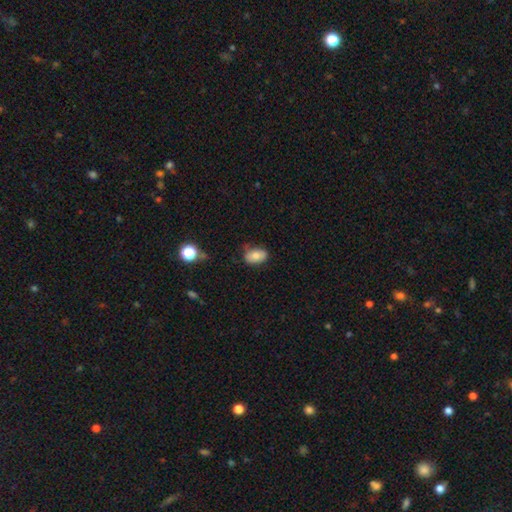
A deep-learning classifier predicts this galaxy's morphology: Q: Smooth or featured?
A: smooth (79%); runner-up: featured or disk (12%)
Q: How rounded?
A: in between (87%); runner-up: round (11%)
Q: Merging?
A: none (69%); runner-up: minor disturbance (24%)